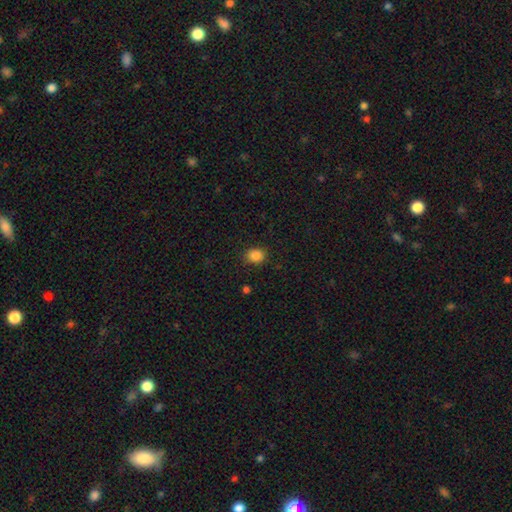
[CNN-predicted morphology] A smooth galaxy with no disk features (86%) that is round (54%). Merging: none (86%).